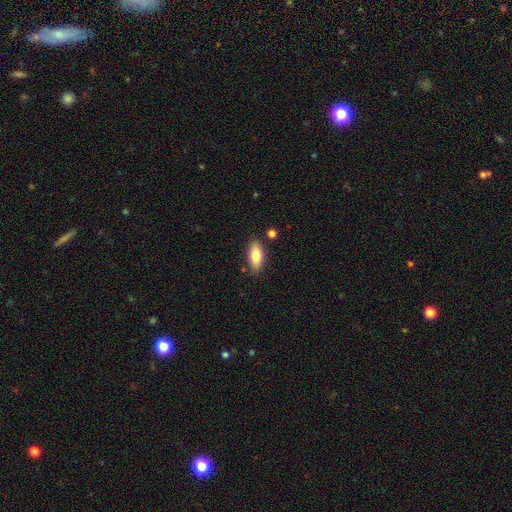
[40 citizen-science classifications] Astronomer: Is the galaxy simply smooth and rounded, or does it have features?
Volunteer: smooth — 80%.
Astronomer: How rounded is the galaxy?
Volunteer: in between — 84%.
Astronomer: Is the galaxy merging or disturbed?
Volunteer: none — 82%.